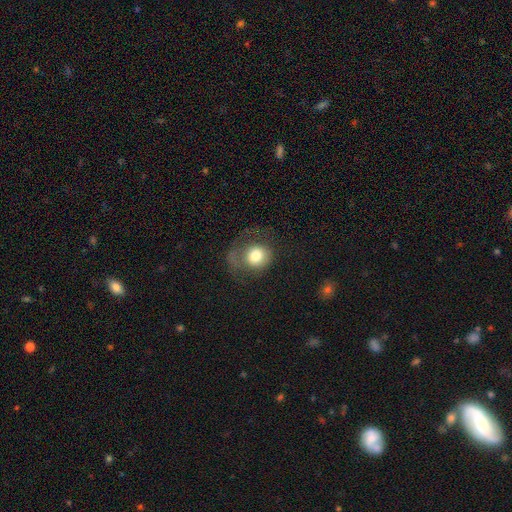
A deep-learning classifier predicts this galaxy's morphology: A smooth galaxy with no disk features (72%) that is round (77%).

Vote fractions:
- Smooth or featured? smooth: 72% / featured or disk: 19% / star or artifact: 9%
- How rounded? round: 77% / in between: 22% / cigar-shaped: 1%
- Merging? none: 40% / major disturbance: 35% / minor disturbance: 23% / merger: 2%